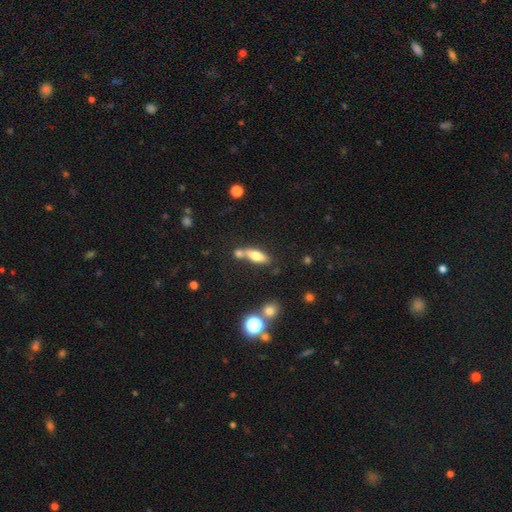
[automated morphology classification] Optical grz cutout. It shows a smooth galaxy with no disk features (62%) that is in between round and cigar-shaped (55%). Merging: none (51%).